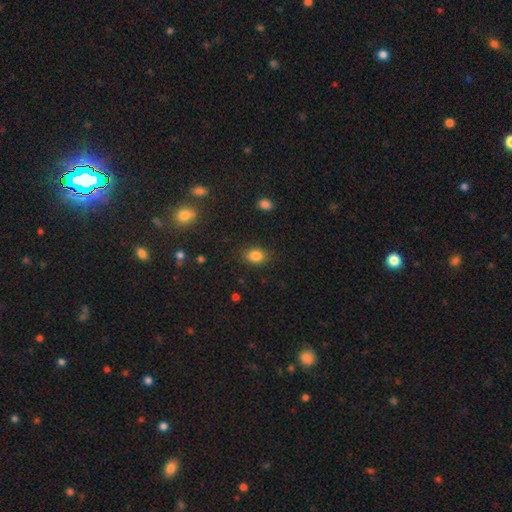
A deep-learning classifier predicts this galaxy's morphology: The model was most divided on "how rounded": in between: 62%, round: 37%, cigar-shaped: 1%. More confident: merging — none (86%); smooth or featured — smooth (84%).